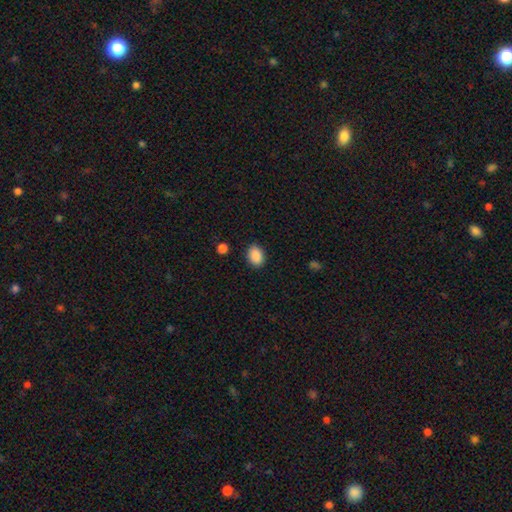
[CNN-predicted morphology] type=smooth (89%); roundness=in between (77%); merging=none (88%).